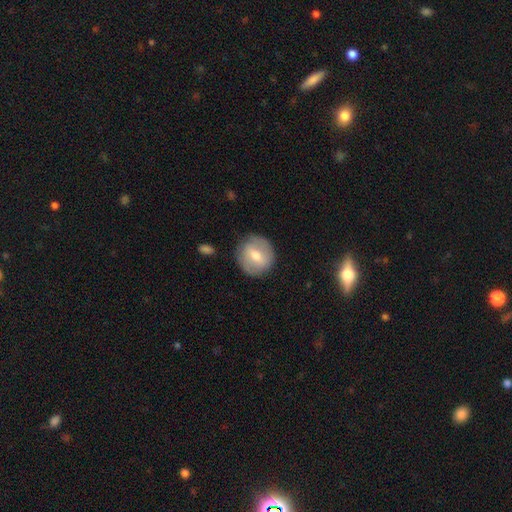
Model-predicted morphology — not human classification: smooth 55%, featured or disk 38%, star or artifact 7%. Down the decision tree: how rounded — round (86%); merging — none (84%).